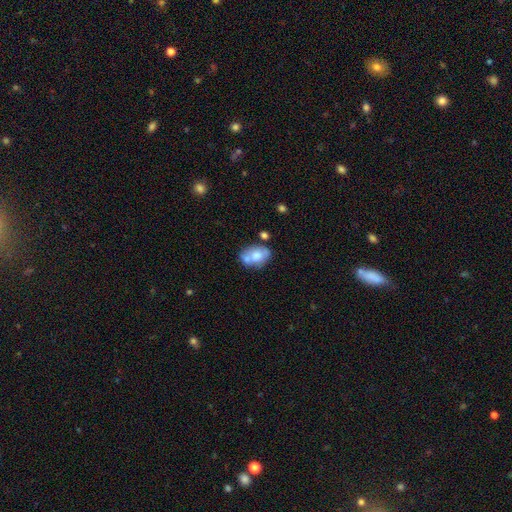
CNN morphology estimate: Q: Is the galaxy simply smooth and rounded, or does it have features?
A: smooth — 63%.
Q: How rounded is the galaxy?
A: in between — 79%.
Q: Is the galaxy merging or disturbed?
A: none — 44%.